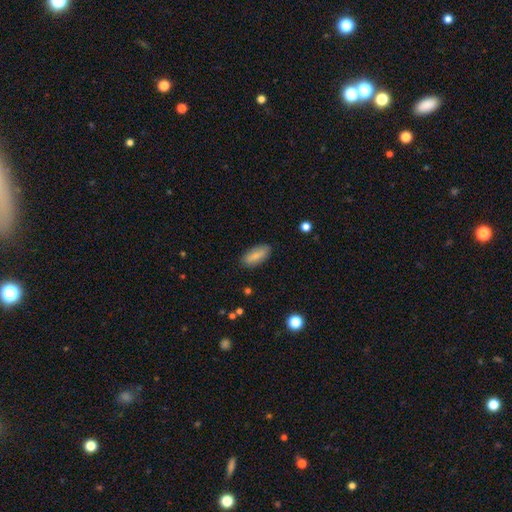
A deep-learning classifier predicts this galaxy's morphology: A smooth galaxy with no disk features (82%) that is in between round and cigar-shaped (80%). Merging: none (85%).